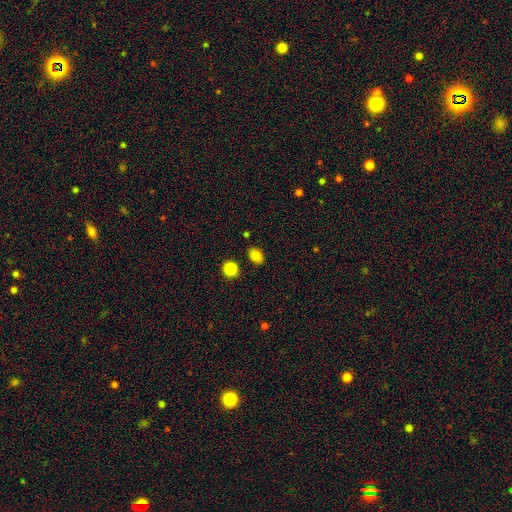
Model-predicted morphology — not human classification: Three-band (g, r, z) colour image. It shows a smooth galaxy with no disk features (83%) that is in between round and cigar-shaped (70%). Merging: none (85%).